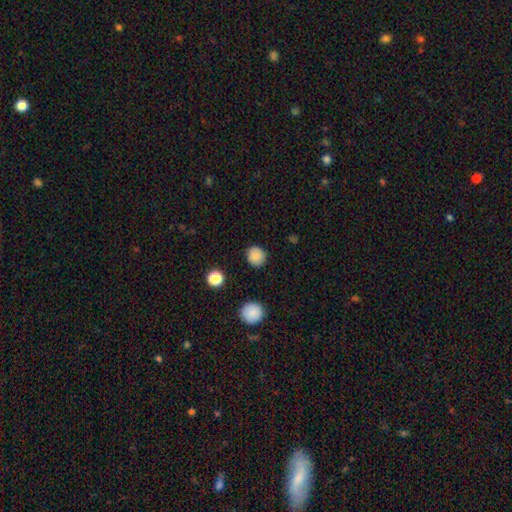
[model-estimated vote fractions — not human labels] A smooth galaxy with no disk features (85%) that is round (89%).

Vote fractions:
- Smooth or featured? smooth: 85% / star or artifact: 10% / featured or disk: 4%
- How rounded? round: 89% / in between: 10% / cigar-shaped: 1%
- Merging? none: 88% / minor disturbance: 8% / major disturbance: 3% / merger: 1%